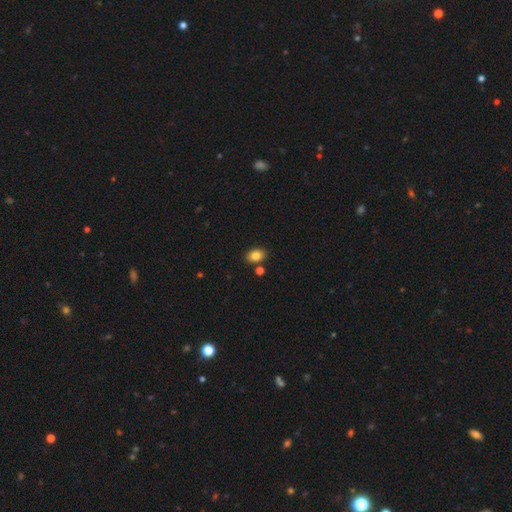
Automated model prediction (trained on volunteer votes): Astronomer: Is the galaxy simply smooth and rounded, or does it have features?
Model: smooth — 84%.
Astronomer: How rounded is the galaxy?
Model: in between — 78%.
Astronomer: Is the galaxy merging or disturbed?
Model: none — 82%.